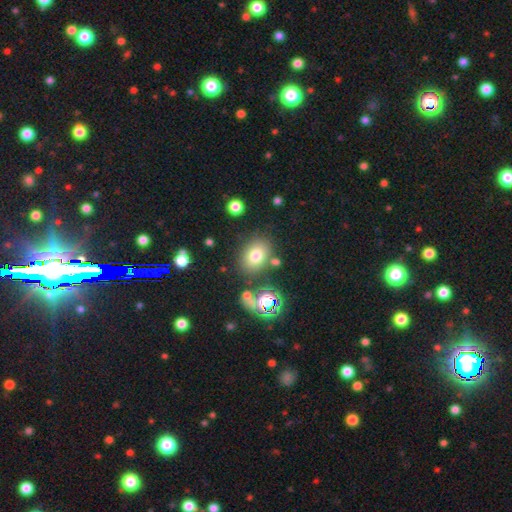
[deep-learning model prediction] Overall: smooth (73%). How rounded: in between (61%; round 38%). Merging: none (76%).